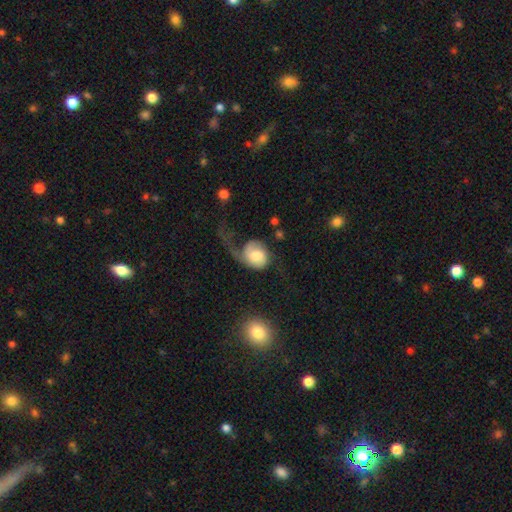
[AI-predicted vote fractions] Morphology: type=featured or disk (53%); edge-on=no (97%); bar=no (64%); spiral arms=yes (86%); bulge=moderate (50%); merging=major disturbance (50%).